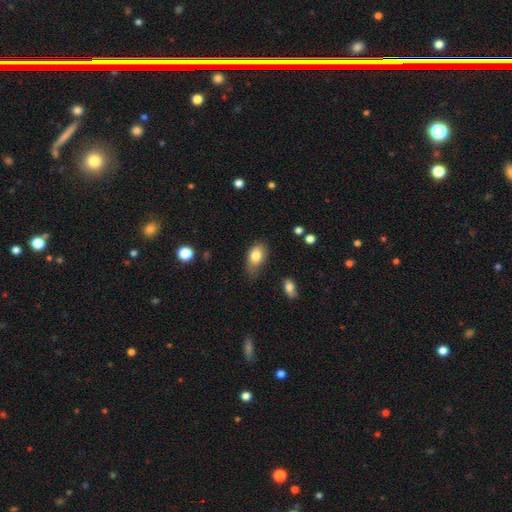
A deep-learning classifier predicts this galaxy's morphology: smooth-or-featured: smooth: 80% | featured or disk: 11% | star or artifact: 8%
  how-rounded: in between: 87% | round: 11% | cigar-shaped: 2%
  merging: none: 58% | minor disturbance: 32% | major disturbance: 7% | merger: 2%